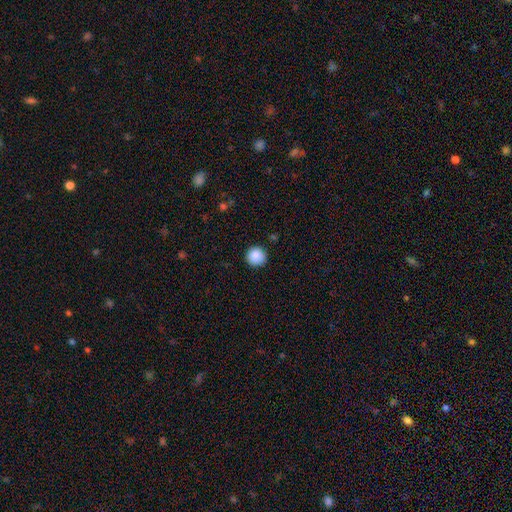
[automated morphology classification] smooth 88%, star or artifact 9%, featured or disk 3%. Down the decision tree: how rounded — round (95%); merging — none (91%).